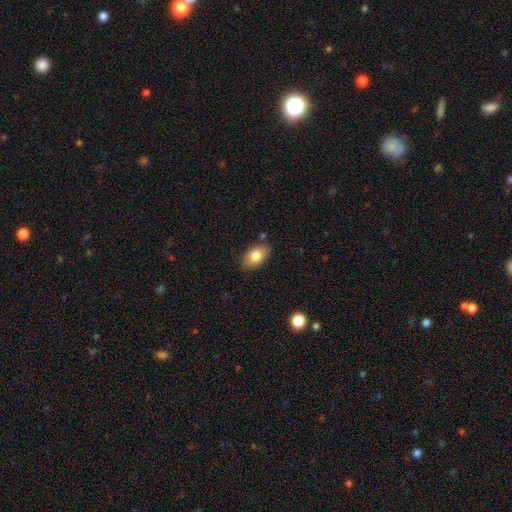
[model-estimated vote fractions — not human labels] Smooth or featured: smooth — 81% (featured or disk — 12%)
How rounded: in between — 90% (round — 8%)
Merging: none — 82% (minor disturbance — 13%)